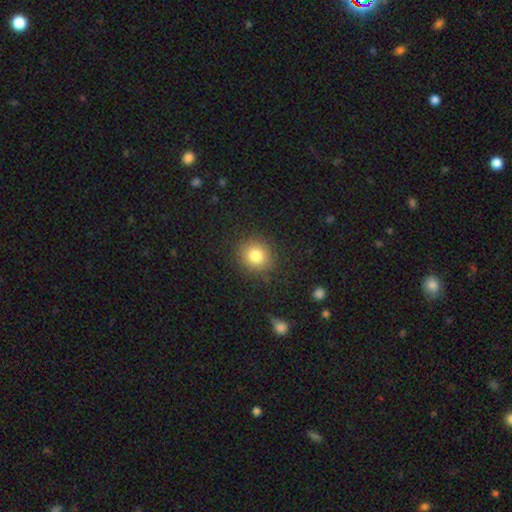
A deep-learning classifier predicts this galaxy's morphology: A smooth galaxy with no disk features (81%) that is round (86%).

Vote fractions:
- Smooth or featured? smooth: 81% / star or artifact: 11% / featured or disk: 8%
- How rounded? round: 86% / in between: 13% / cigar-shaped: 1%
- Merging? none: 87% / minor disturbance: 9% / major disturbance: 3% / merger: 1%